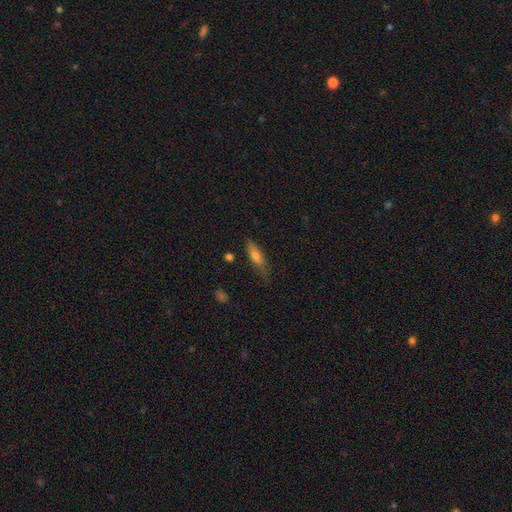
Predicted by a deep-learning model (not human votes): Overall: smooth (65%; featured or disk 27%). How rounded: cigar-shaped (52%; in between 46%). Merging: none (63%; minor disturbance 27%).